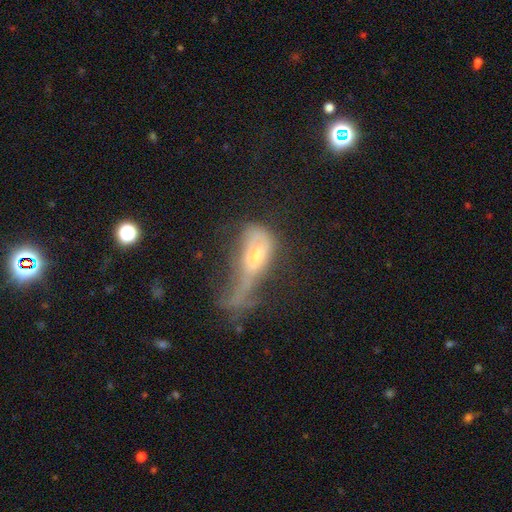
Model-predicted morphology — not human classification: Overall: smooth (48%; featured or disk 42%). Merging: major disturbance (63%).